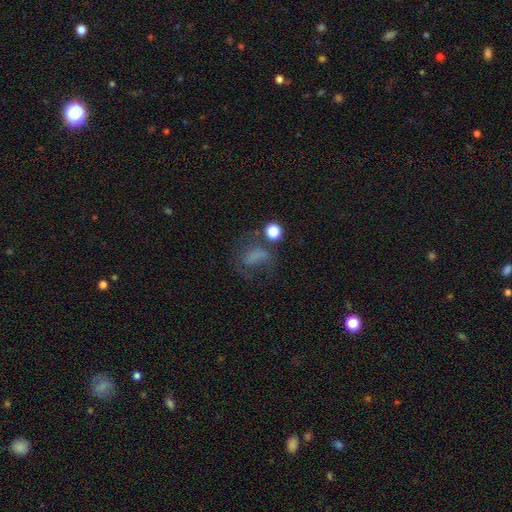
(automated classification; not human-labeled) smooth 49%, featured or disk 28%, star or artifact 22%. Down the decision tree: merging — none (38%).